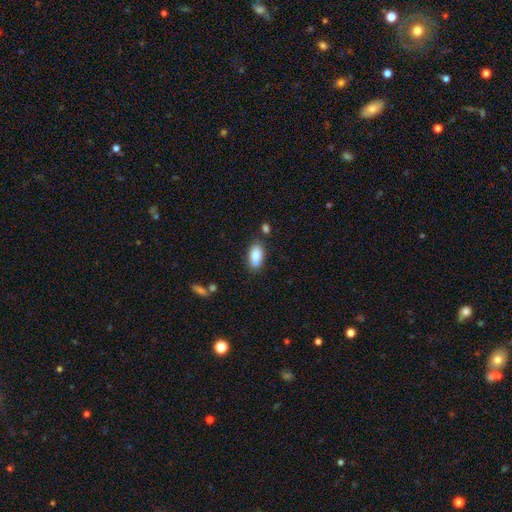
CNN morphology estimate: smooth_or_featured: smooth (p=0.83) [alt: featured or disk p=0.09]
how_rounded: in between (p=0.90) [alt: cigar-shaped p=0.06]
merging: none (p=0.69) [alt: minor disturbance p=0.17]